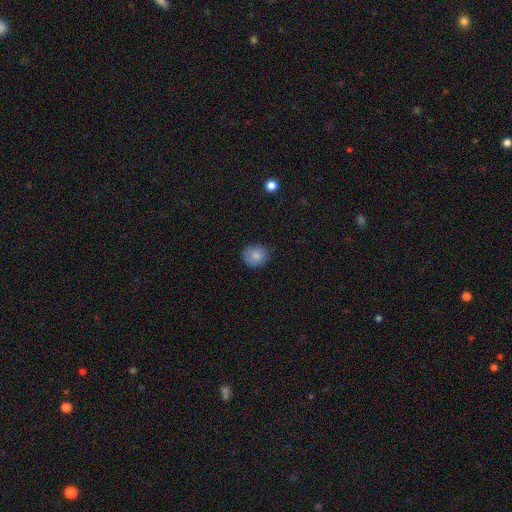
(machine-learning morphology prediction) smooth_or_featured: smooth (p=0.83) [alt: star or artifact p=0.08]
how_rounded: round (p=0.81) [alt: in between p=0.18]
merging: none (p=0.86) [alt: minor disturbance p=0.11]